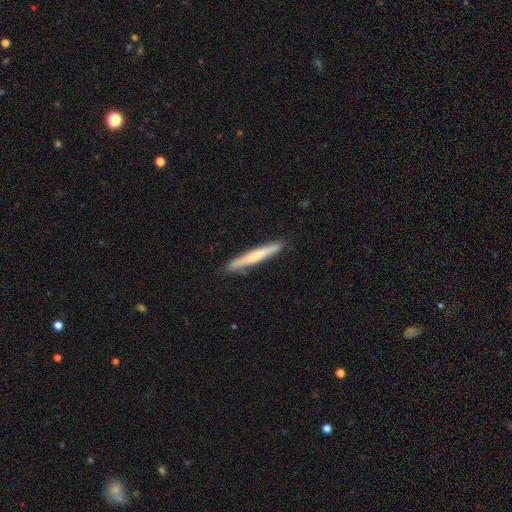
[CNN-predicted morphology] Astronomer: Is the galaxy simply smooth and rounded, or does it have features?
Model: smooth — 57% (runner-up: featured or disk, 38%).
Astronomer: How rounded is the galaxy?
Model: cigar-shaped — 97%.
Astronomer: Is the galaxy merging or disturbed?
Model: none — 88%.